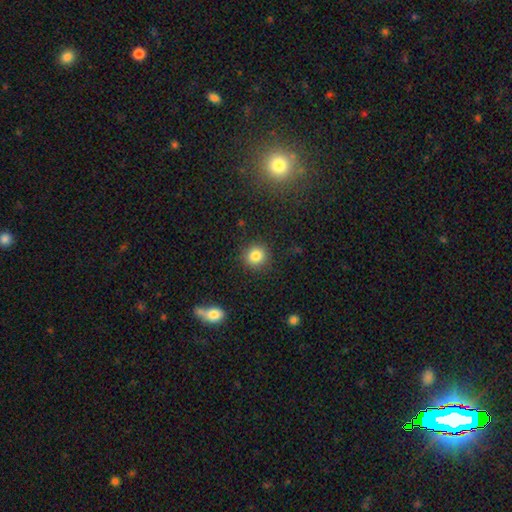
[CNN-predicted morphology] smooth 84%, star or artifact 11%, featured or disk 5%. Down the decision tree: how rounded — round (91%); merging — none (89%).